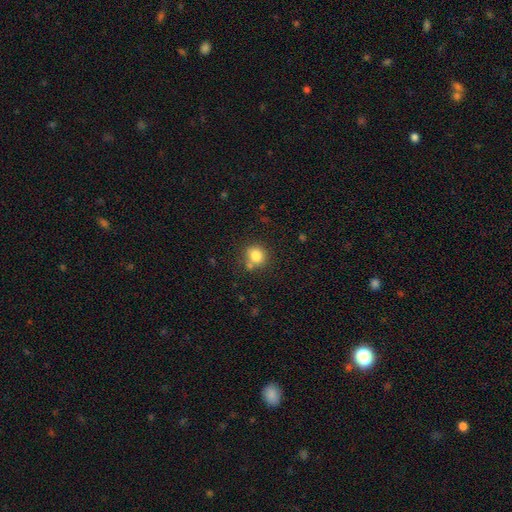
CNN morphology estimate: Smooth or featured? Predicted: smooth (p=0.82). How rounded? Predicted: round (p=0.80). Merging? Predicted: none (p=0.68).